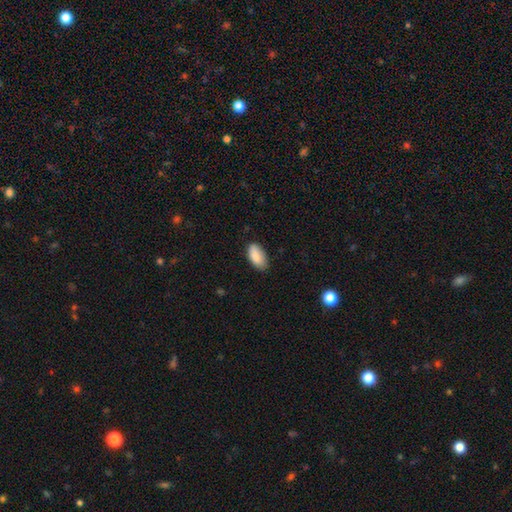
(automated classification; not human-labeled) Smooth or featured? Predicted: smooth (p=0.88). How rounded? Predicted: in between (p=0.93). Merging? Predicted: none (p=0.77).